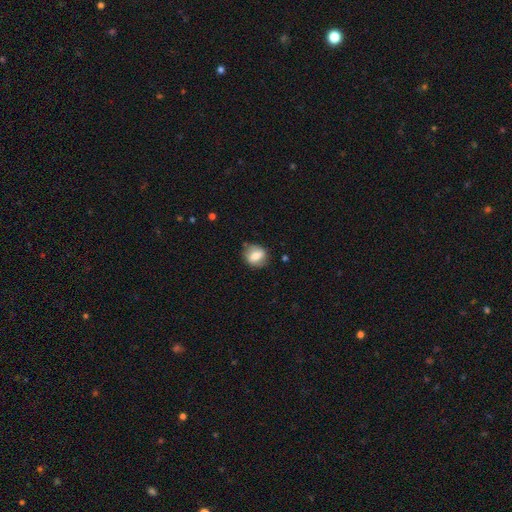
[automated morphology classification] This appears to be a smooth galaxy with no disk features (66%) that is round (61%). Merging: none (77%).